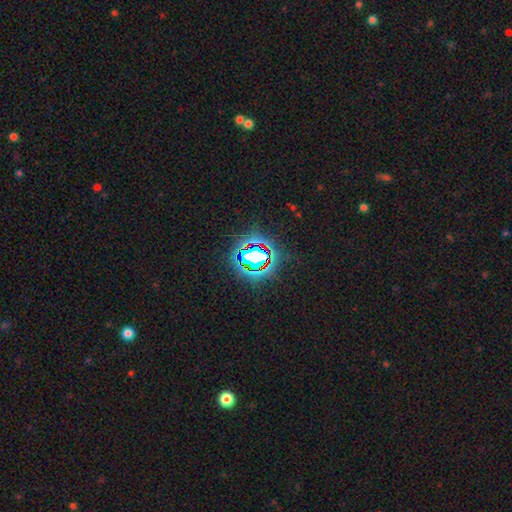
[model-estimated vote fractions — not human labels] Smooth or featured? star or artifact (72%)